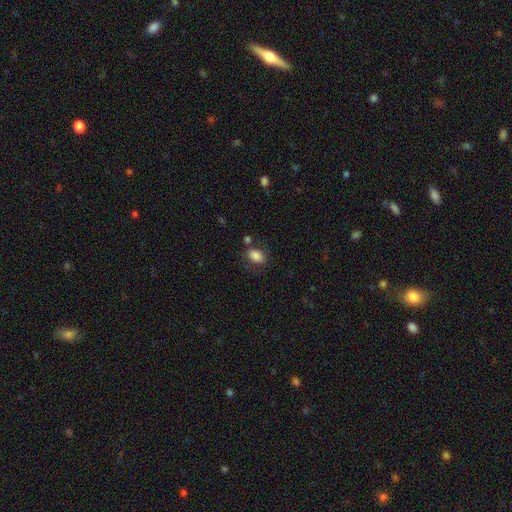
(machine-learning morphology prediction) Q: Smooth or featured?
A: smooth (83%); runner-up: star or artifact (9%)
Q: How rounded?
A: in between (80%); runner-up: round (19%)
Q: Merging?
A: none (63%); runner-up: minor disturbance (19%)